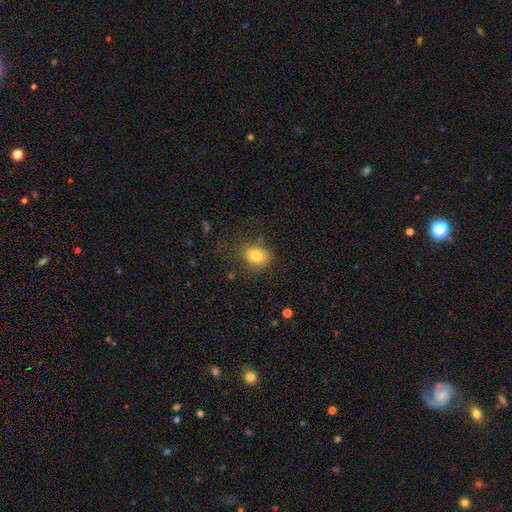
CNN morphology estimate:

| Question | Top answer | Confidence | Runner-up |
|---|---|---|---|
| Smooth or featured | smooth | 80% | star or artifact (11%) |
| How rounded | round | 54% | in between (45%) |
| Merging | none | 72% | minor disturbance (19%) |